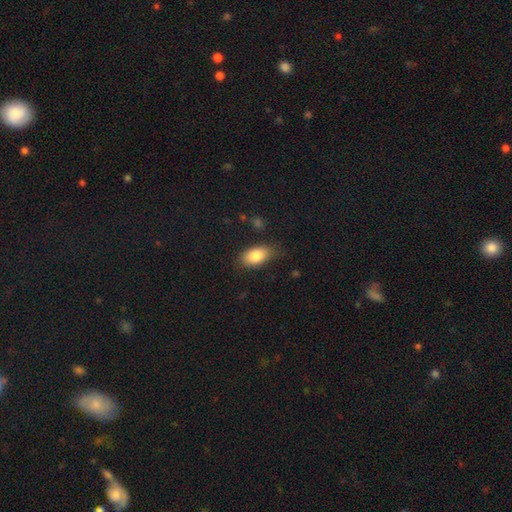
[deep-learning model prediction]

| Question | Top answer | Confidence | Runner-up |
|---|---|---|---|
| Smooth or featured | smooth | 83% | featured or disk (10%) |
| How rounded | in between | 90% | round (6%) |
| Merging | none | 74% | minor disturbance (20%) |